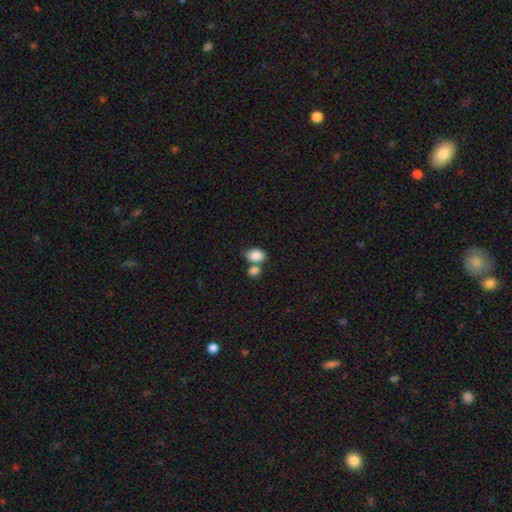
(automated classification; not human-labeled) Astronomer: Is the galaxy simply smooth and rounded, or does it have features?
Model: smooth — 86%.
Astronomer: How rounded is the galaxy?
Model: in between — 75%.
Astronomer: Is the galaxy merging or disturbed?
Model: merger — 42%, tied with none at 42%.